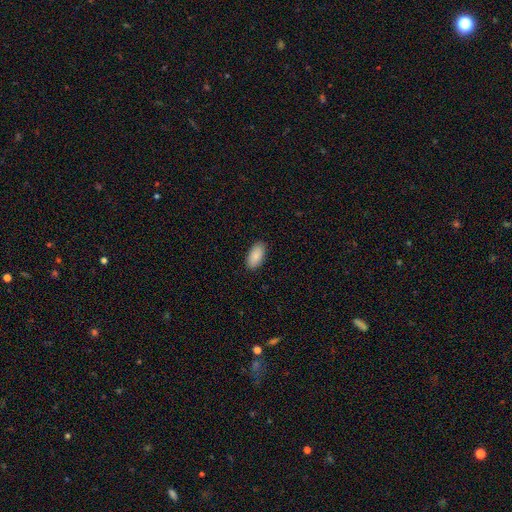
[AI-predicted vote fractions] Smooth or featured?
  - smooth: 88% *
  - star or artifact: 6%
  - featured or disk: 6%
How rounded?
  - in between: 94% *
  - cigar-shaped: 4%
  - round: 2%
Merging?
  - none: 88% *
  - minor disturbance: 9%
  - major disturbance: 2%
  - merger: 1%